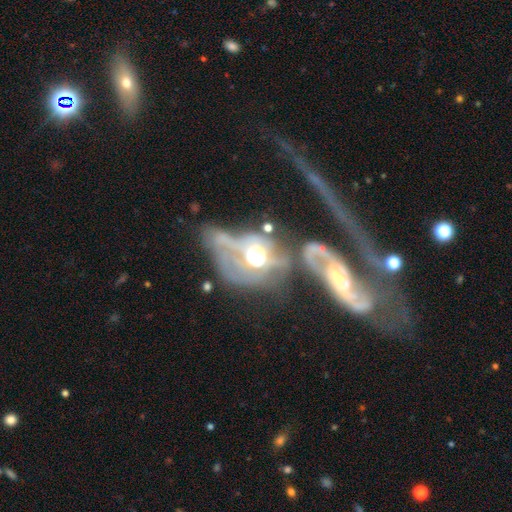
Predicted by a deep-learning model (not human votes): Morphology: type=featured or disk (68%); edge-on=no (90%); bar=no (76%); spiral arms=no (57%); bulge=moderate (54%); merging=merger (45%).